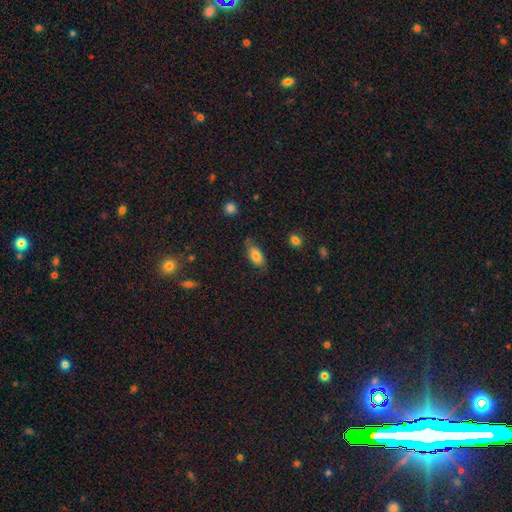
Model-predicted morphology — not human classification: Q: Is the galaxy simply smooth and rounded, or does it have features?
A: smooth — 76%.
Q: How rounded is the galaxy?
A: in between — 89%.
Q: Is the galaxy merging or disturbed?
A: none — 65%.